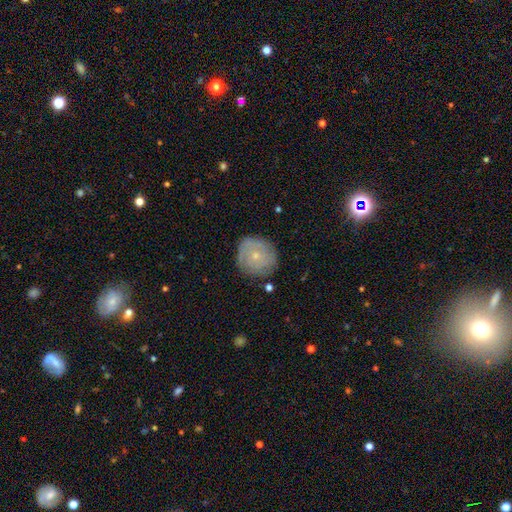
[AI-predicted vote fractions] Smooth or featured?
  - featured or disk: 57% *
  - smooth: 34%
  - star or artifact: 8%
Edge-on disk?
  - no: 97% *
  - yes: 3%
Bar?
  - no: 84% *
  - weak: 14%
  - strong: 2%
Spiral arms?
  - yes: 77% *
  - no: 23%
Bulge size?
  - small: 75% *
  - moderate: 21%
  - none: 2%
  - large: 1%
  - dominant: 1%
Merging?
  - none: 80% *
  - minor disturbance: 14%
  - major disturbance: 4%
  - merger: 2%